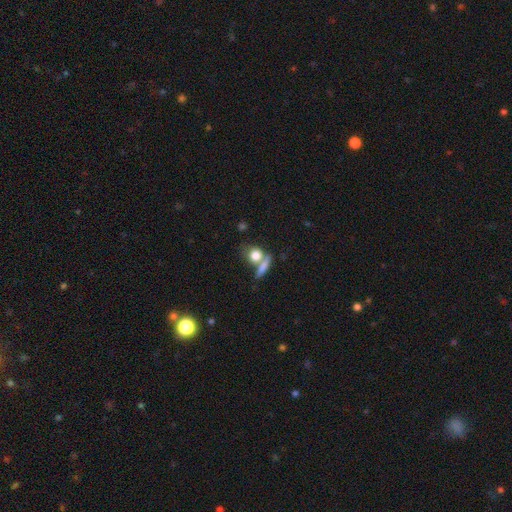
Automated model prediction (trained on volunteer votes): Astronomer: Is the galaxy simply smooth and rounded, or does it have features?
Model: smooth — 78%.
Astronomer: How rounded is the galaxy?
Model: round — 60%.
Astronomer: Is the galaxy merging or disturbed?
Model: none — 47% (runner-up: merger, 35%).